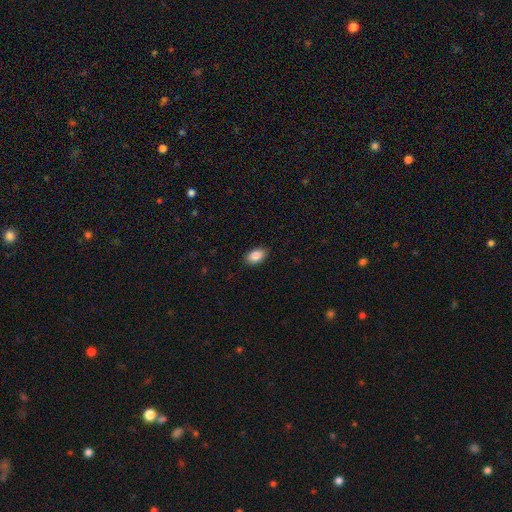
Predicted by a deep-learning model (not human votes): This is clearly a smooth galaxy (88%). How rounded: clearly in between (91%). Merging: clearly none (87%).